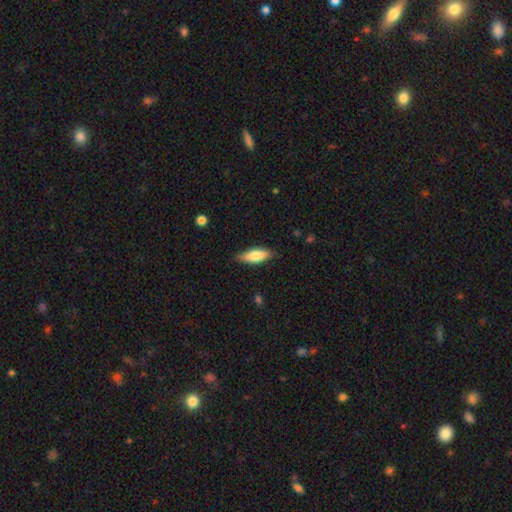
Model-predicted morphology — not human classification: A smooth galaxy with no disk features (75%) that is in between round and cigar-shaped (67%).

Vote fractions:
- Smooth or featured? smooth: 75% / featured or disk: 19% / star or artifact: 6%
- How rounded? in between: 67% / cigar-shaped: 31% / round: 2%
- Merging? none: 82% / minor disturbance: 15% / major disturbance: 3% / merger: 1%